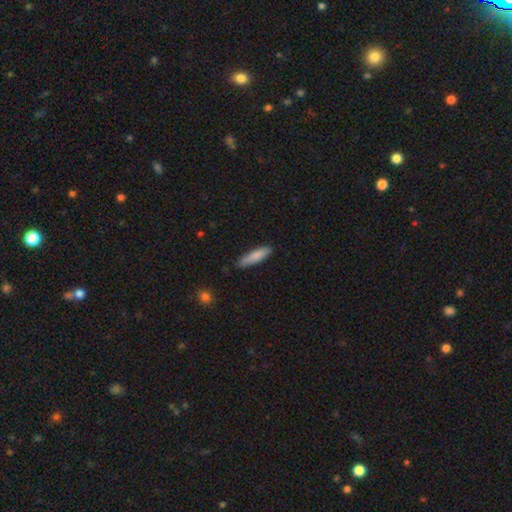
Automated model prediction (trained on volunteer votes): Overall: smooth (83%). How rounded: cigar-shaped (74%). Merging: none (81%).